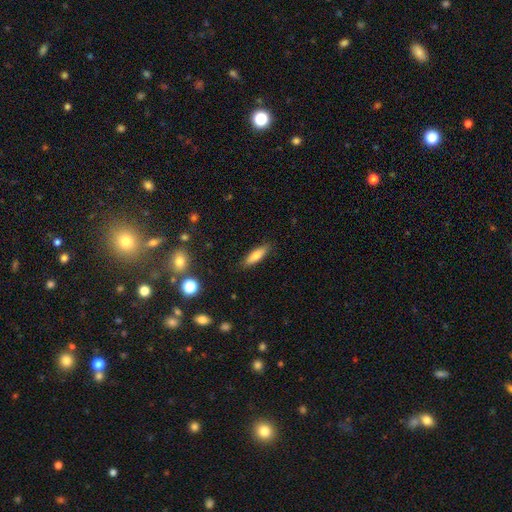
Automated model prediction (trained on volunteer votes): Smooth or featured?
  - smooth: 74% *
  - featured or disk: 18%
  - star or artifact: 7%
How rounded?
  - cigar-shaped: 57% *
  - in between: 41%
  - round: 2%
Merging?
  - none: 87% *
  - minor disturbance: 10%
  - major disturbance: 2%
  - merger: 1%